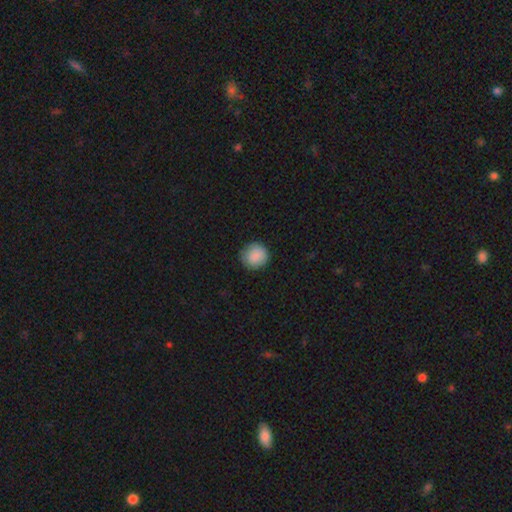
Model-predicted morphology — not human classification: Smooth or featured: smooth — 89% (star or artifact — 7%)
How rounded: round — 92% (in between — 7%)
Merging: none — 86% (minor disturbance — 11%)